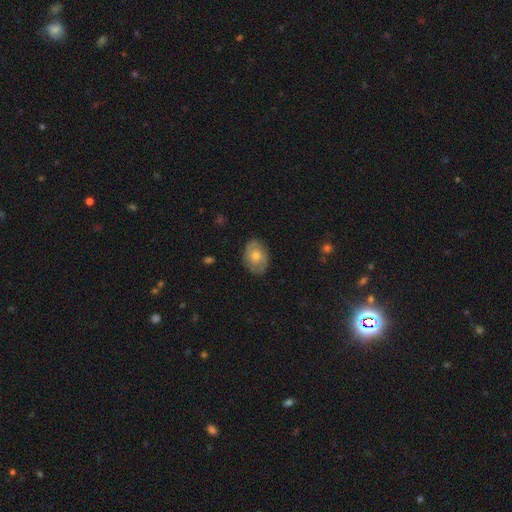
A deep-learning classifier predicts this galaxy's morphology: Smooth or featured?
  - featured or disk: 49% *
  - smooth: 42%
  - star or artifact: 8%
Merging?
  - none: 82% *
  - minor disturbance: 14%
  - major disturbance: 3%
  - merger: 1%